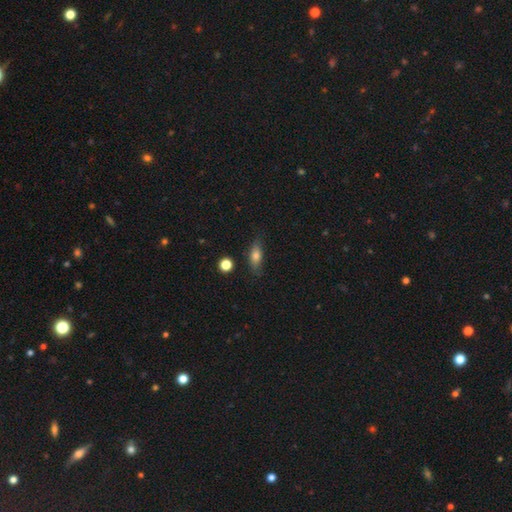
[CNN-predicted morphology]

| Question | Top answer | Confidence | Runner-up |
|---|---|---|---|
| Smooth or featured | smooth | 71% | featured or disk (20%) |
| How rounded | in between | 69% | cigar-shaped (23%) |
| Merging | none | 75% | minor disturbance (18%) |